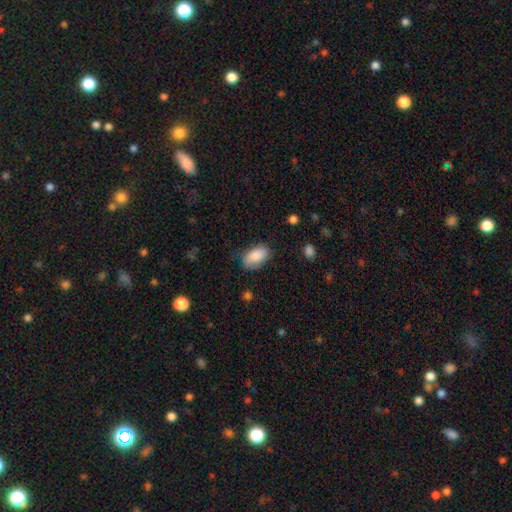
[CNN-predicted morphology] Smooth or featured: smooth — 87% (featured or disk — 7%)
How rounded: in between — 93% (round — 4%)
Merging: none — 74% (minor disturbance — 20%)